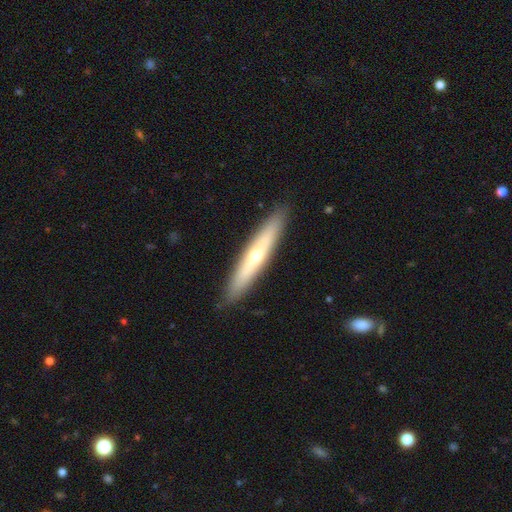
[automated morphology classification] type=featured or disk (53%); edge-on=yes (86%); merging=none (91%).